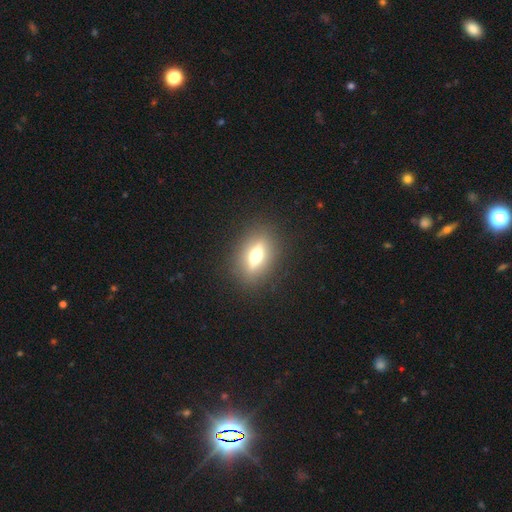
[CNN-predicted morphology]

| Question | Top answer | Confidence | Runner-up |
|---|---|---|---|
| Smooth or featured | featured or disk | 51% | smooth (39%) |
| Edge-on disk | yes | 71% | no (29%) |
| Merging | none | 87% | minor disturbance (8%) |